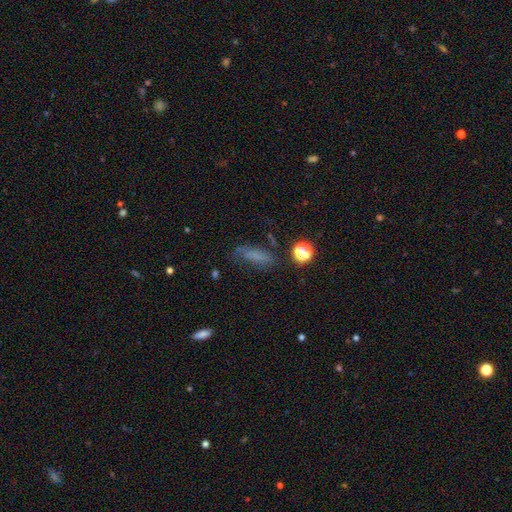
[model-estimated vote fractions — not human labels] Overall: smooth (59%; featured or disk 21%). How rounded: in between (54%; cigar-shaped 38%). Merging: none (53%; minor disturbance 26%).